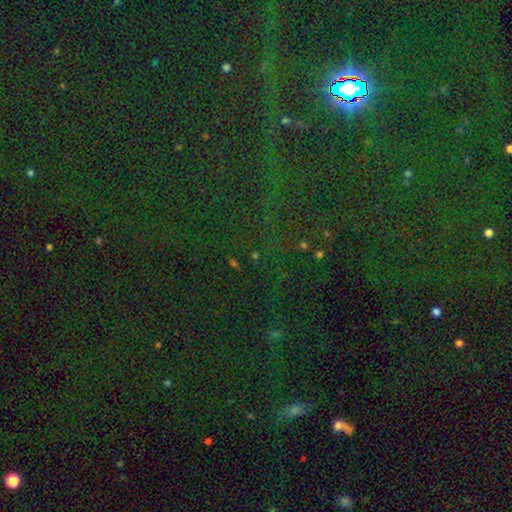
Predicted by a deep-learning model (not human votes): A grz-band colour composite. It shows a star or artifact, not a galaxy (76%).